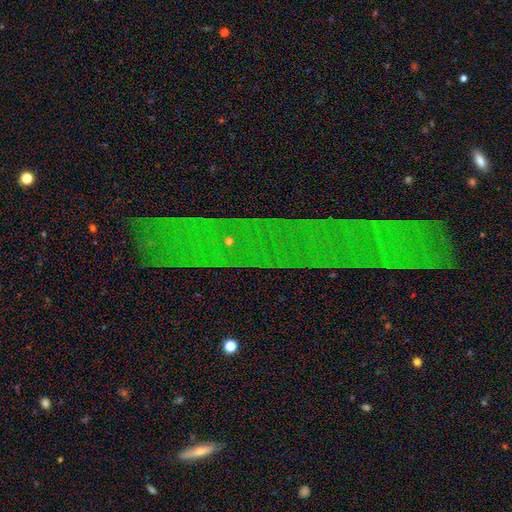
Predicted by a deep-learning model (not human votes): Morphology: type=star or artifact (75%).